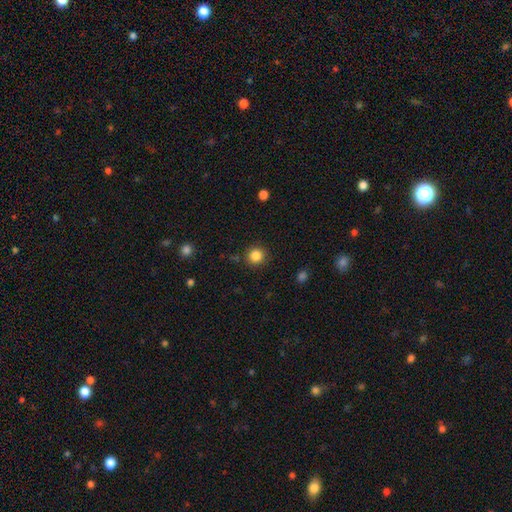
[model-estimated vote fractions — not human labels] This is clearly a smooth galaxy (85%). How rounded: clearly round (93%). Merging: clearly none (88%).